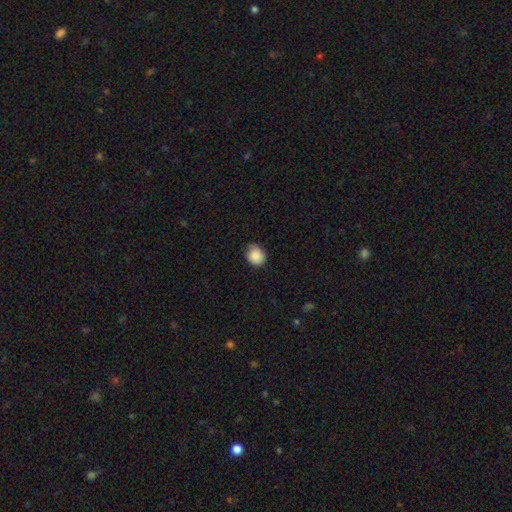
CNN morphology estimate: smooth_or_featured: smooth (p=0.86) [alt: star or artifact p=0.08]
how_rounded: round (p=0.64) [alt: in between p=0.35]
merging: none (p=0.71) [alt: minor disturbance p=0.24]